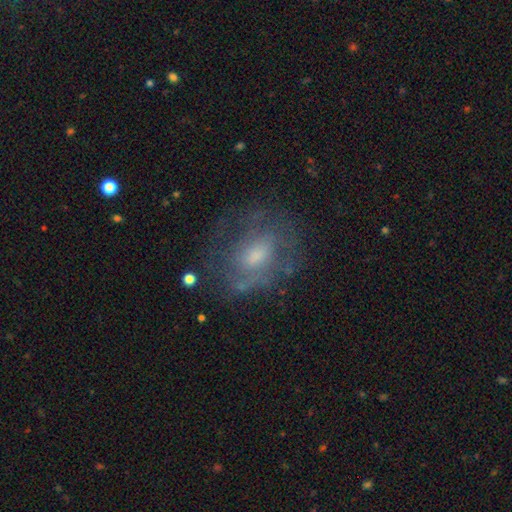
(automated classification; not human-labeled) Q: Smooth or featured?
A: featured or disk (59%); runner-up: smooth (30%)
Q: Edge-on disk?
A: no (96%); runner-up: yes (4%)
Q: Bar?
A: no (54%); runner-up: weak (38%)
Q: Spiral arms?
A: yes (61%); runner-up: no (39%)
Q: Bulge size?
A: moderate (48%); runner-up: small (37%)
Q: Merging?
A: none (64%); runner-up: minor disturbance (20%)